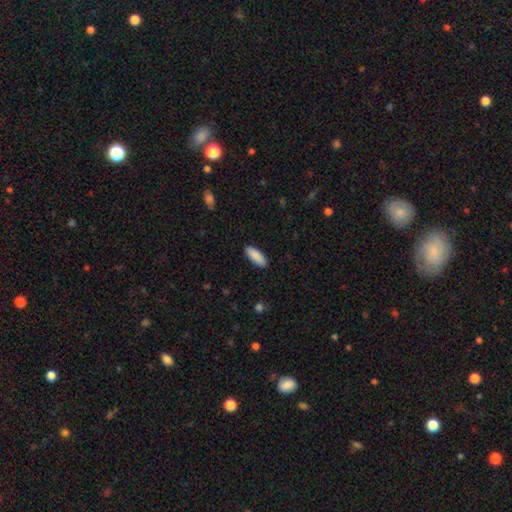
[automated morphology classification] smooth_or_featured: smooth (p=0.90) [alt: star or artifact p=0.06]
how_rounded: in between (p=0.73) [alt: cigar-shaped p=0.26]
merging: none (p=0.90) [alt: minor disturbance p=0.08]